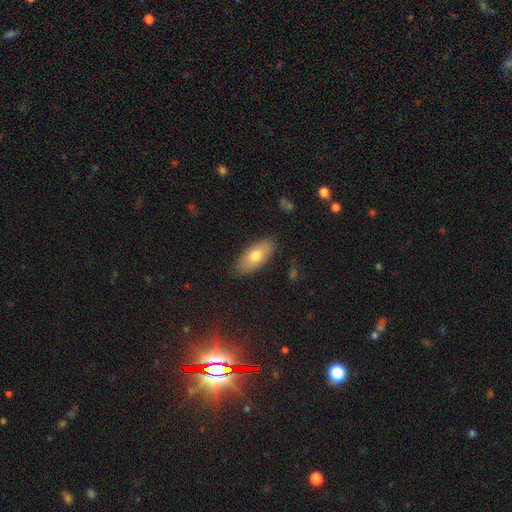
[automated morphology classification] Smooth or featured?
  - smooth: 73% *
  - featured or disk: 21%
  - star or artifact: 6%
How rounded?
  - in between: 89% *
  - cigar-shaped: 8%
  - round: 3%
Merging?
  - none: 84% *
  - minor disturbance: 12%
  - major disturbance: 3%
  - merger: 1%